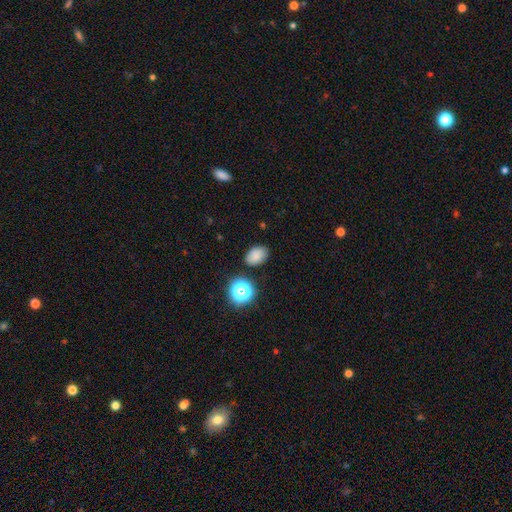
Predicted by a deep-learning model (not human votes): Smooth or featured? smooth (79%)
How rounded? in between (79%)
Merging? none (82%)